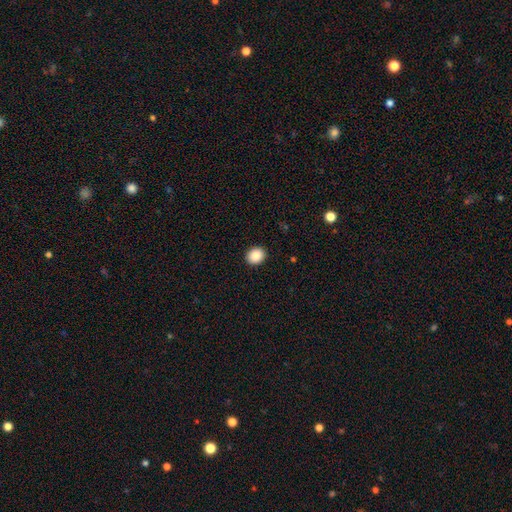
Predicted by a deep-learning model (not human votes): A smooth galaxy with no disk features (88%) that is round (68%).

Vote fractions:
- Smooth or featured? smooth: 88% / star or artifact: 8% / featured or disk: 3%
- How rounded? round: 68% / in between: 31% / cigar-shaped: 1%
- Merging? none: 92% / minor disturbance: 5% / major disturbance: 2% / merger: 1%